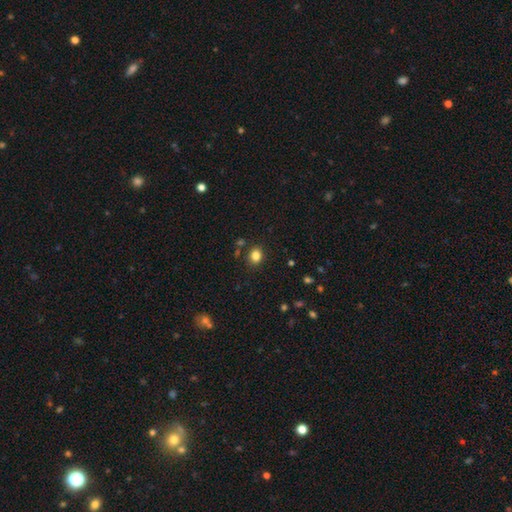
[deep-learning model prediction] A smooth galaxy with no disk features (84%) that is round (58%).

Vote fractions:
- Smooth or featured? smooth: 84% / star or artifact: 12% / featured or disk: 5%
- How rounded? round: 58% / in between: 41% / cigar-shaped: 1%
- Merging? none: 86% / minor disturbance: 8% / merger: 3% / major disturbance: 3%